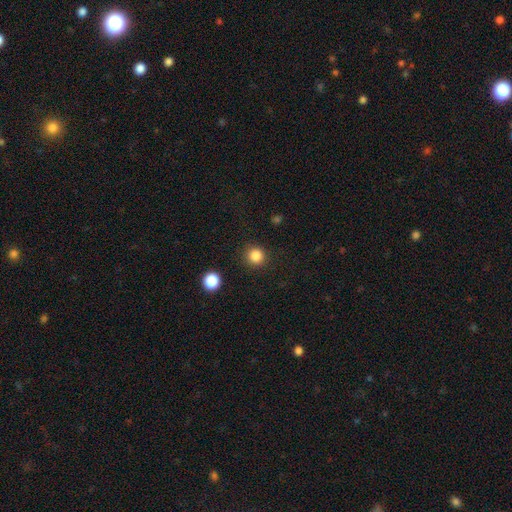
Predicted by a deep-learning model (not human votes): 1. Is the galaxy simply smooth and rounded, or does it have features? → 85% smooth, 12% star or artifact, 4% featured or disk.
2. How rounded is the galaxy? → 94% round, 6% in between, 1% cigar-shaped.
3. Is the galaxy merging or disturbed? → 90% none, 6% minor disturbance, 2% major disturbance, 2% merger.